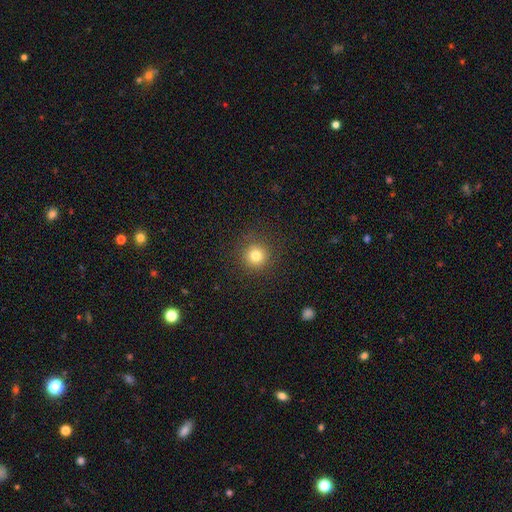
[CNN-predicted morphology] Smooth or featured? smooth (80%)
How rounded? round (95%)
Merging? none (89%)